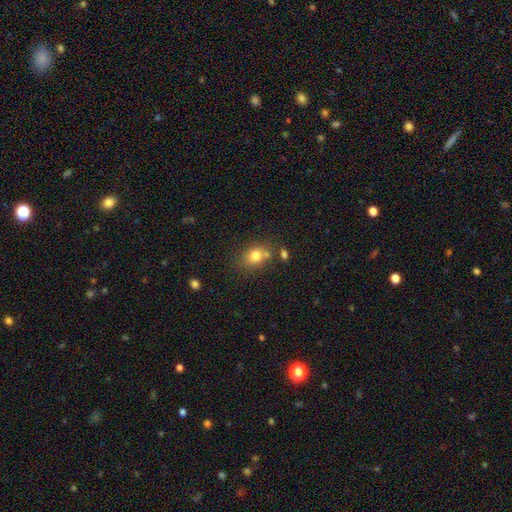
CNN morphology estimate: smooth 78%, star or artifact 12%, featured or disk 10%. Down the decision tree: how rounded — round (50%); merging — none (64%).